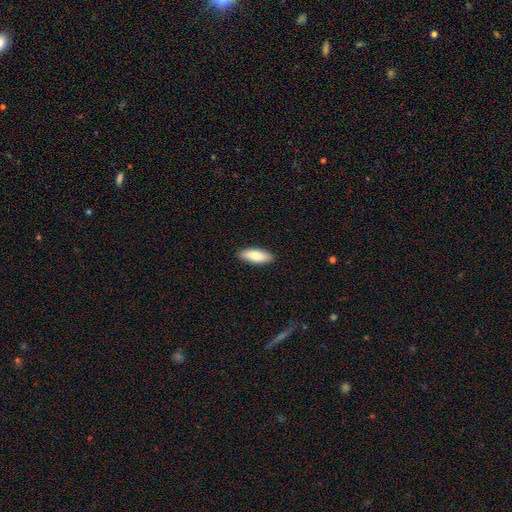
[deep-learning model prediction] smooth-or-featured: smooth: 83% | featured or disk: 12% | star or artifact: 6%
  how-rounded: in between: 72% | cigar-shaped: 26% | round: 2%
  merging: none: 90% | minor disturbance: 8% | major disturbance: 2% | merger: 1%